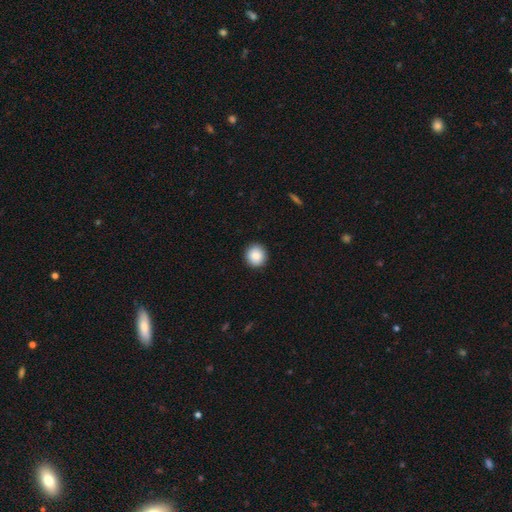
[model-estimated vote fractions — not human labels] Smooth or featured?
  - smooth: 87% *
  - star or artifact: 8%
  - featured or disk: 5%
How rounded?
  - round: 87% *
  - in between: 12%
  - cigar-shaped: 1%
Merging?
  - none: 92% *
  - minor disturbance: 5%
  - major disturbance: 2%
  - merger: 1%